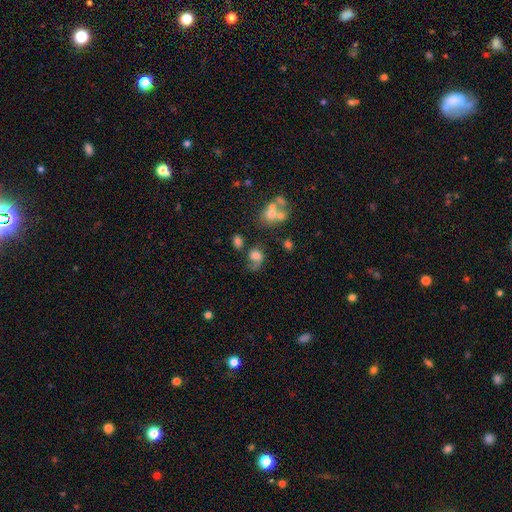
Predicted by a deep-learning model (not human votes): Smooth or featured: smooth — 52% (featured or disk — 37%)
How rounded: in between — 50% (round — 48%)
Merging: none — 35% (major disturbance — 29%)